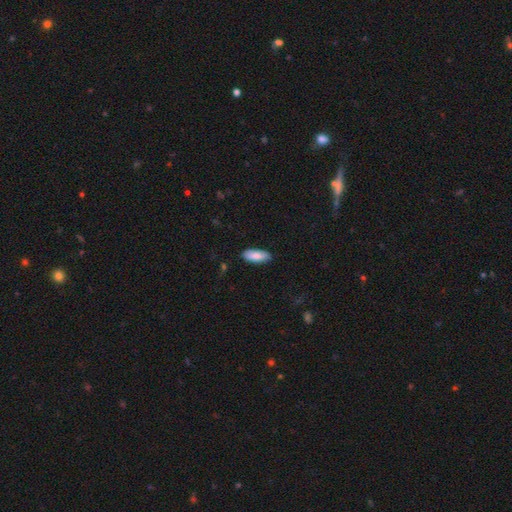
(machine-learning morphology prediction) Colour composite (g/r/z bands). It shows a smooth galaxy with no disk features (87%) that is in between round and cigar-shaped (80%). Merging: none (85%).